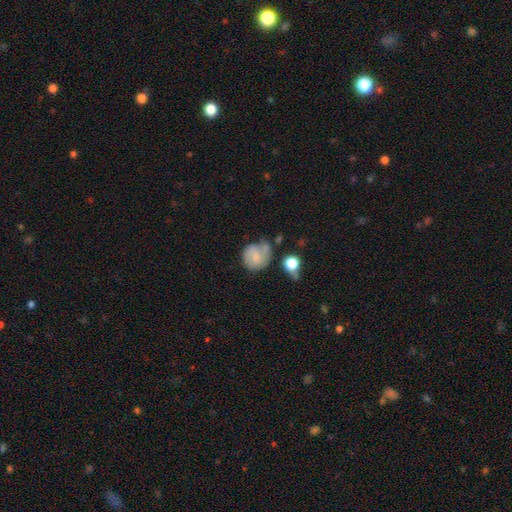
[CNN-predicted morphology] Overall: smooth (54%; featured or disk 38%). How rounded: round (76%). Merging: none (46%; minor disturbance 28%).